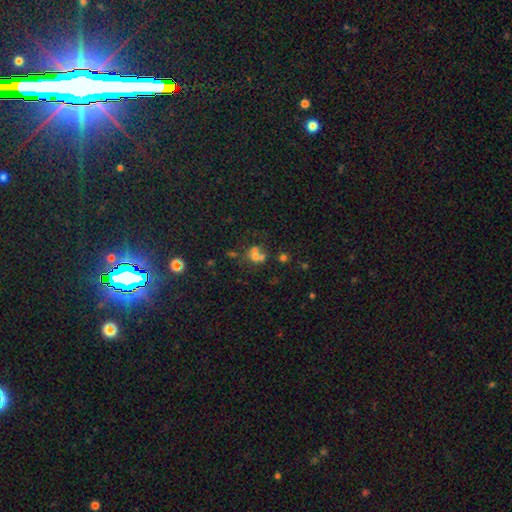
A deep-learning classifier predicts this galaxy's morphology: smooth-or-featured: smooth: 56% | featured or disk: 22% | star or artifact: 22%
  how-rounded: round: 66% | in between: 33% | cigar-shaped: 1%
  merging: merger: 48% | none: 34% | minor disturbance: 11% | major disturbance: 8%